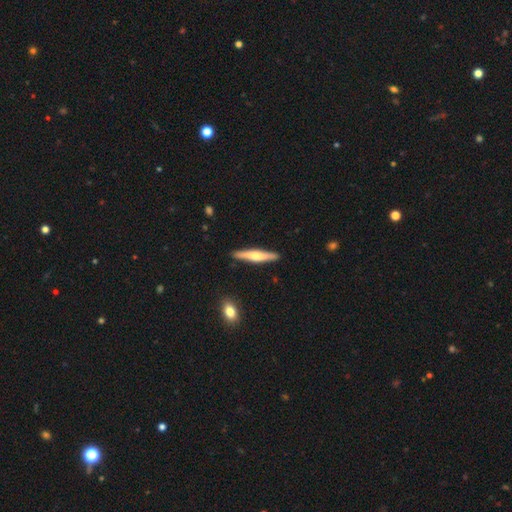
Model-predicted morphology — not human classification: Smooth or featured: featured or disk — 52% (smooth — 42%)
Edge-on disk: yes — 96% (no — 4%)
Edge-on bulge: rounded — 81% (none — 10%)
Merging: none — 90% (minor disturbance — 7%)